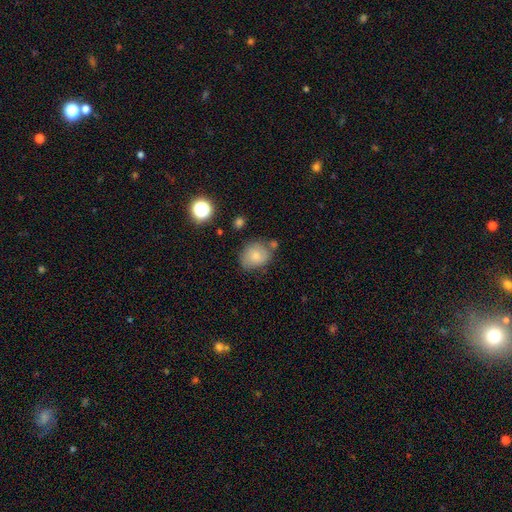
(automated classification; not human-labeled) smooth 74%, featured or disk 17%, star or artifact 10%. Down the decision tree: how rounded — round (58%); merging — none (62%).